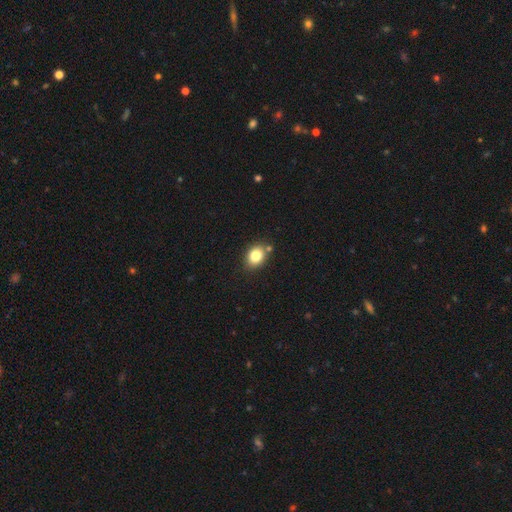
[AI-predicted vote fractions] Smooth or featured? smooth (81%)
How rounded? in between (54%)
Merging? none (77%)